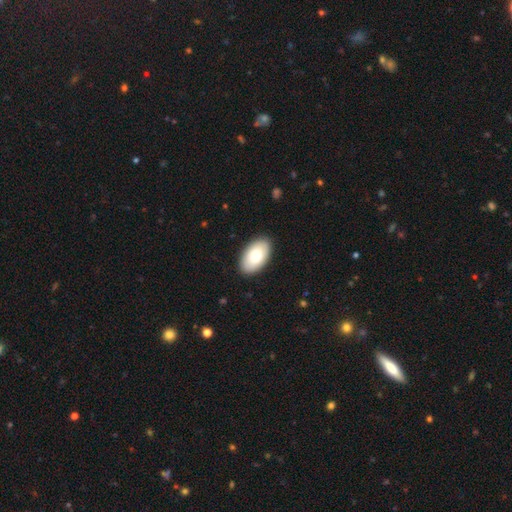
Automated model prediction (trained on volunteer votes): smooth 80%, featured or disk 15%, star or artifact 6%. Down the decision tree: how rounded — in between (96%); merging — none (89%).